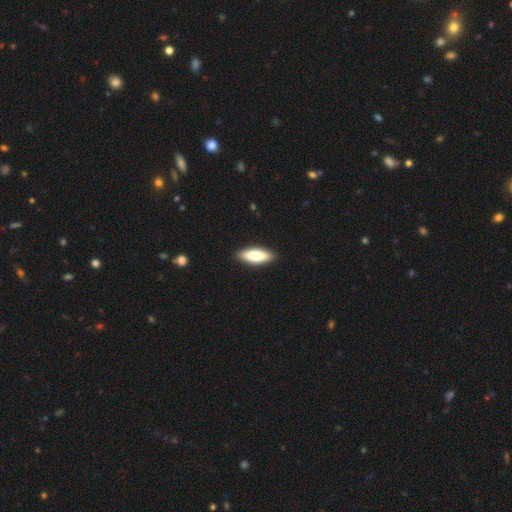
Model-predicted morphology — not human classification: Smooth or featured: smooth — 77% (featured or disk — 18%)
How rounded: in between — 59% (cigar-shaped — 39%)
Merging: none — 90% (minor disturbance — 7%)